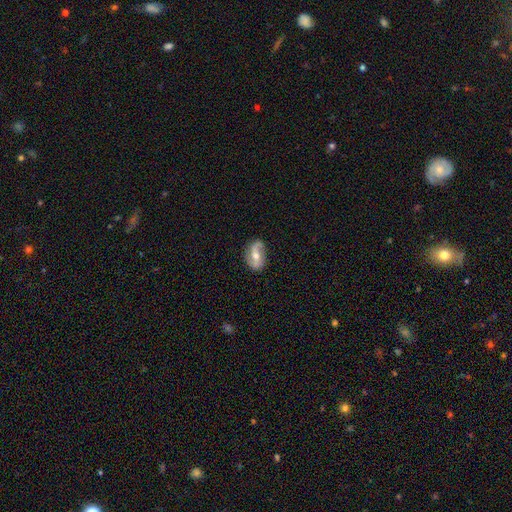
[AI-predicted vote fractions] smooth_or_featured: featured or disk (p=0.74) [alt: smooth p=0.20]
disk_edge_on: no (p=0.96) [alt: yes p=0.04]
bar: weak (p=0.38) [alt: no p=0.32]
has_spiral_arms: yes (p=0.90) [alt: no p=0.10]
spiral_winding: loose (p=0.56) [alt: medium p=0.30]
spiral_arm_count: 2 (p=0.86) [alt: 1 p=0.07]
bulge_size: moderate (p=0.67) [alt: small p=0.26]
merging: none (p=0.75) [alt: minor disturbance p=0.18]